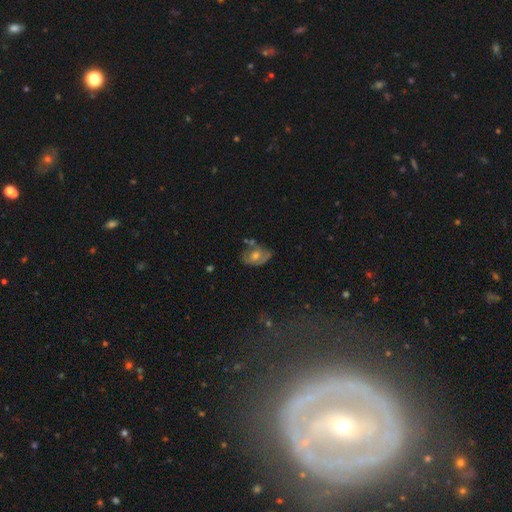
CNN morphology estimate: Overall: featured or disk (53%; smooth 35%). Edge-on disk: no (94%). Bar: no (75%). Spiral arms: no (51%; yes 49%). Bulge size: moderate (67%). Merging: none (54%; minor disturbance 25%).